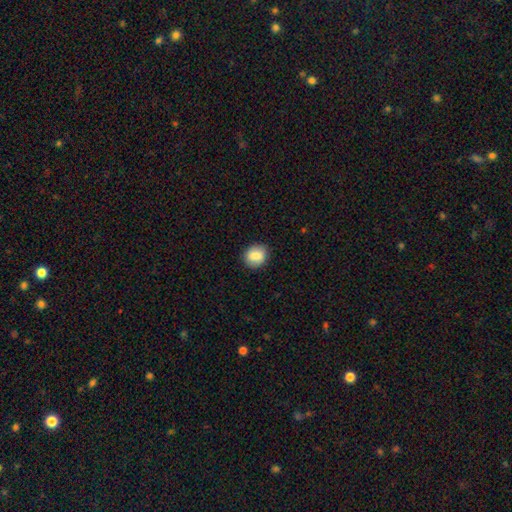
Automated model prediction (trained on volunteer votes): Smooth or featured? smooth (84%)
How rounded? round (65%)
Merging? none (86%)